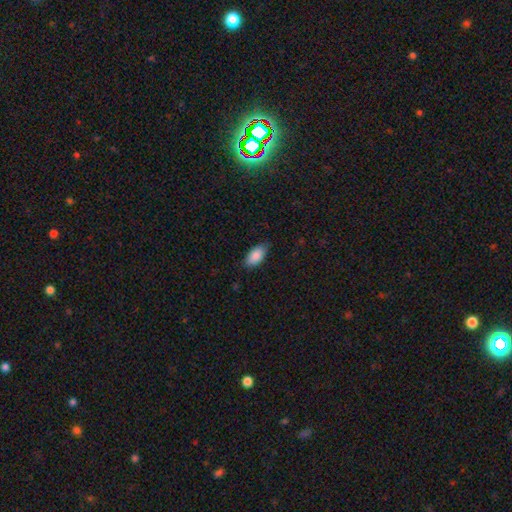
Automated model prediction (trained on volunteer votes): Smooth or featured? smooth (89%)
How rounded? in between (93%)
Merging? none (82%)